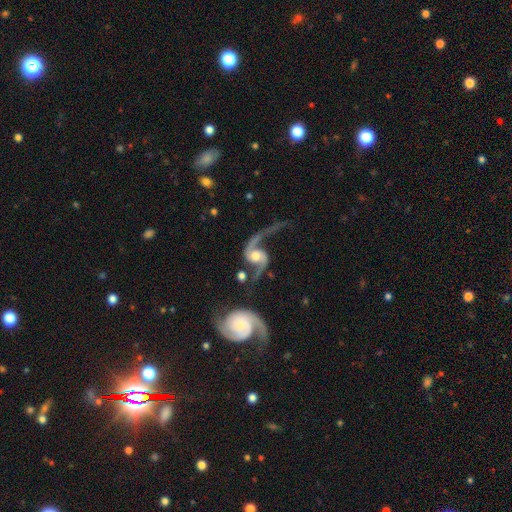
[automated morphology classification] smooth-or-featured: featured or disk: 92% | smooth: 4% | star or artifact: 4%
  disk-edge-on: no: 97% | yes: 3%
    bar: no: 58% | weak: 31% | strong: 11%
    has-spiral-arms: yes: 97% | no: 3%
      spiral-winding: loose: 72% | medium: 23% | tight: 5%
      spiral-arm-count: 2: 93% | 1: 3% | can't tell: 1% | 3: 1% | 4: 1% | more than 4: 1%
    bulge-size: moderate: 57% | small: 20% | large: 16% | none: 4% | dominant: 3%
  merging: none: 49% | major disturbance: 21% | minor disturbance: 16% | merger: 14%